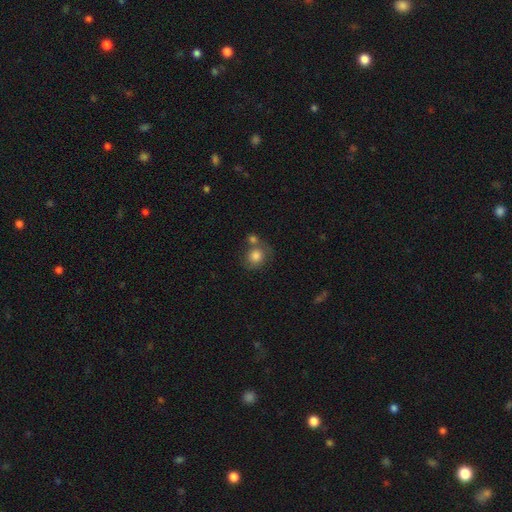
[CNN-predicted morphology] smooth 80%, featured or disk 11%, star or artifact 8%. Down the decision tree: how rounded — round (81%); merging — none (47%).